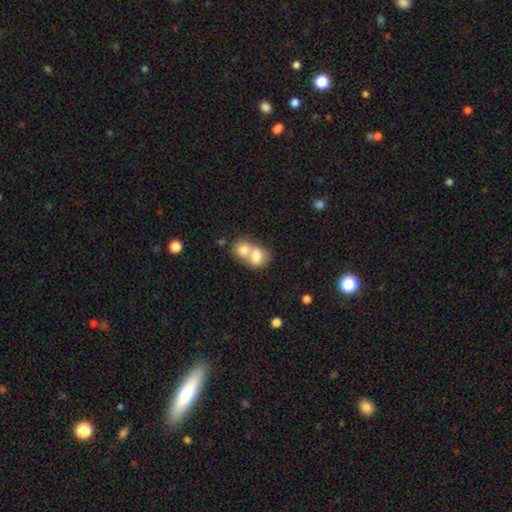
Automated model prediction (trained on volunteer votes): The model was most divided on "how rounded": in between: 54%, round: 45%, cigar-shaped: 1%. More confident: smooth or featured — smooth (76%); merging — merger (75%).